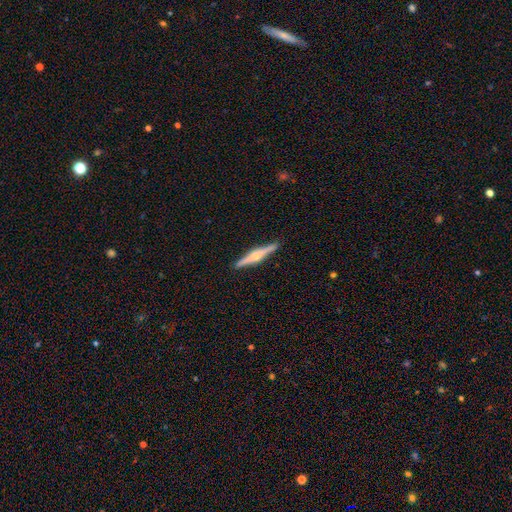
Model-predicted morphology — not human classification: type=featured or disk (73%); edge-on=yes (98%); edge-on bulge=rounded (88%); merging=none (91%).